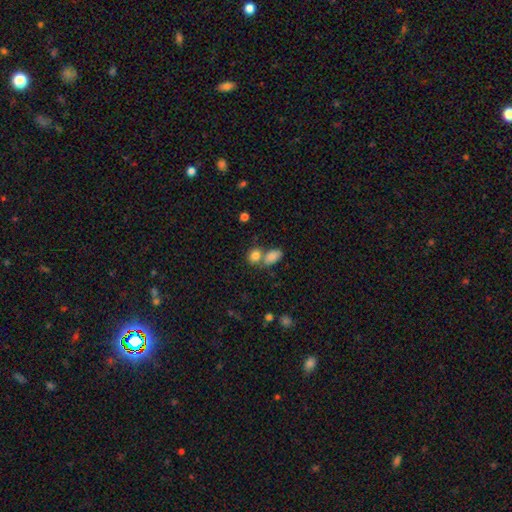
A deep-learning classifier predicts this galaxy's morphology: Q: Smooth or featured?
A: smooth (84%); runner-up: star or artifact (9%)
Q: How rounded?
A: in between (57%); runner-up: round (41%)
Q: Merging?
A: merger (44%); runner-up: none (43%)